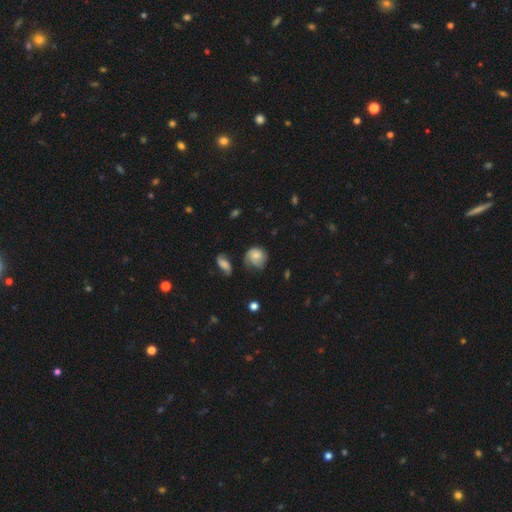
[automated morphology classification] Overall: smooth (56%; featured or disk 35%). How rounded: round (70%). Merging: none (45%; minor disturbance 31%).